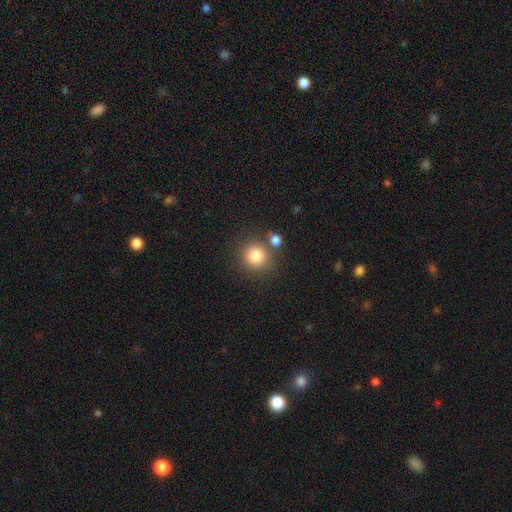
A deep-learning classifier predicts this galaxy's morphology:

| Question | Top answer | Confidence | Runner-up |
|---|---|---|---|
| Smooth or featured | smooth | 82% | star or artifact (11%) |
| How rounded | round | 89% | in between (10%) |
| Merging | none | 73% | merger (14%) |